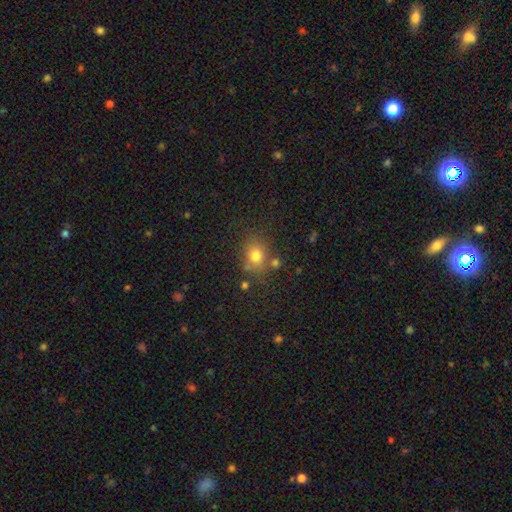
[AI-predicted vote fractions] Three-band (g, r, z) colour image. It shows a smooth galaxy with no disk features (76%) that is round (60%). Merging: none (67%).